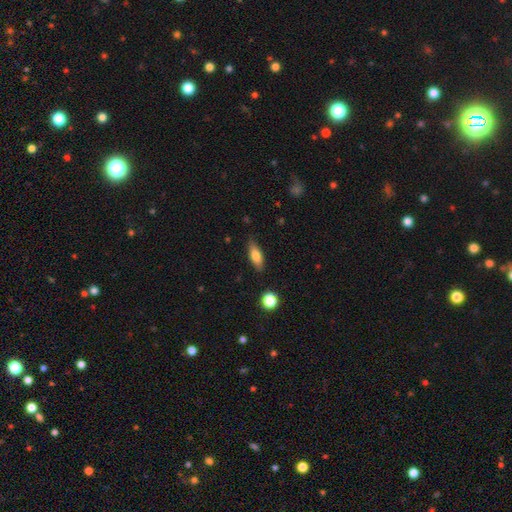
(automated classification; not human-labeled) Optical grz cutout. It shows a smooth galaxy with no disk features (74%) that is in between round and cigar-shaped (67%). Merging: none (83%).